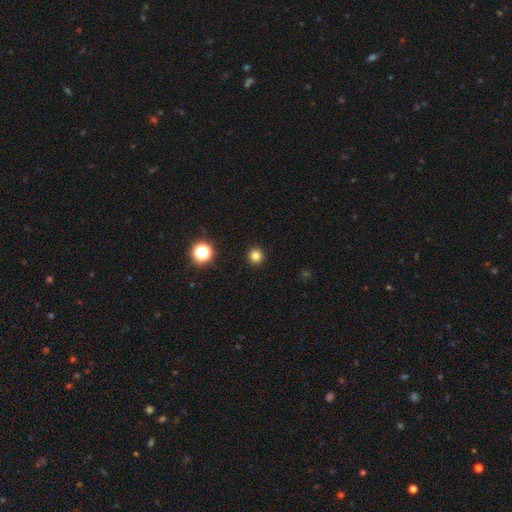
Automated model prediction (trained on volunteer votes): smooth 80%, star or artifact 15%, featured or disk 5%. Down the decision tree: how rounded — round (94%); merging — none (93%).